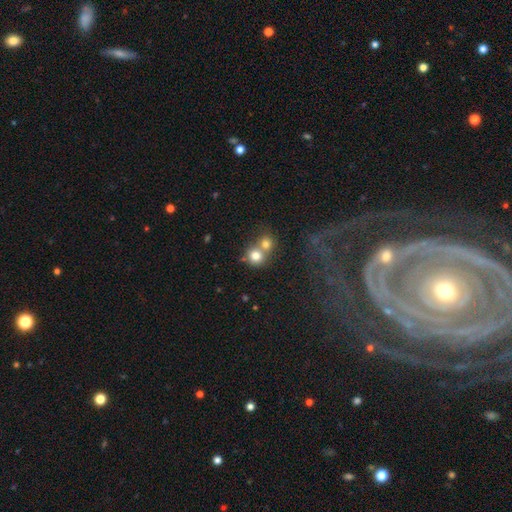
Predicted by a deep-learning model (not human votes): smooth 76%, featured or disk 12%, star or artifact 12%. Down the decision tree: how rounded — round (85%); merging — merger (55%).